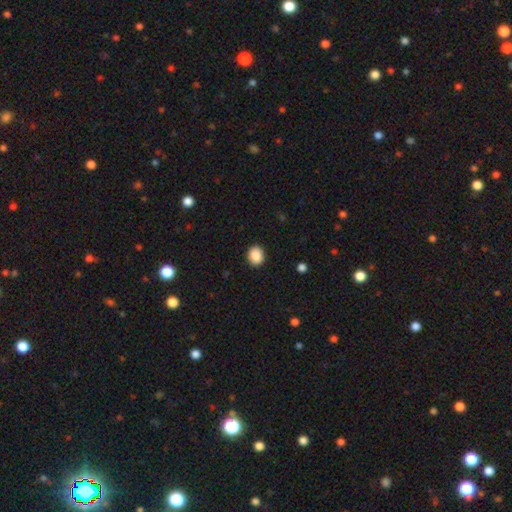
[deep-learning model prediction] A smooth galaxy with no disk features (89%) that is round (58%). Merging: none (90%).